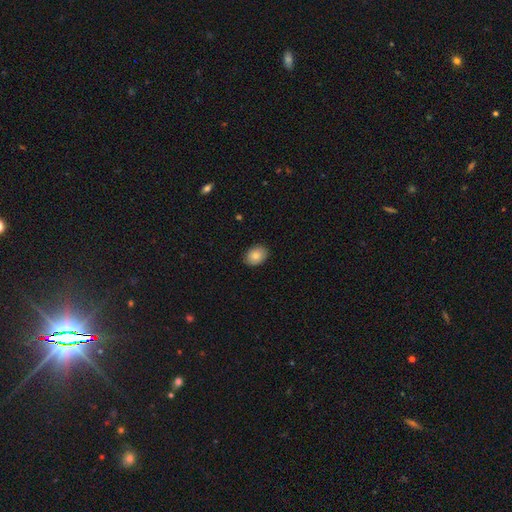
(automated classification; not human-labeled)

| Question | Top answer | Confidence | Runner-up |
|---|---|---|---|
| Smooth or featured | smooth | 85% | featured or disk (8%) |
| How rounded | in between | 74% | round (25%) |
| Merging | none | 88% | minor disturbance (10%) |